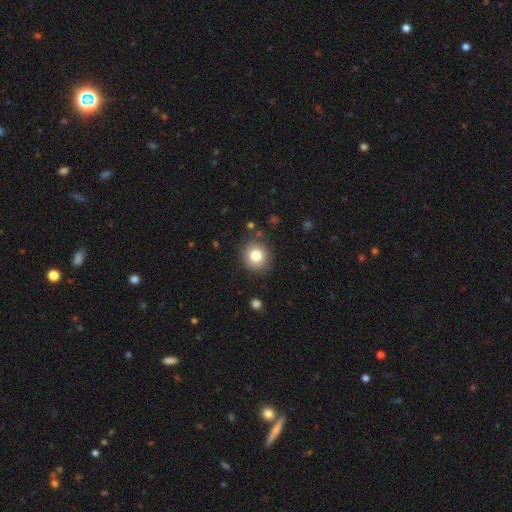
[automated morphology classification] smooth_or_featured: smooth (p=0.81) [alt: star or artifact p=0.10]
how_rounded: round (p=0.88) [alt: in between p=0.11]
merging: none (p=0.86) [alt: minor disturbance p=0.09]